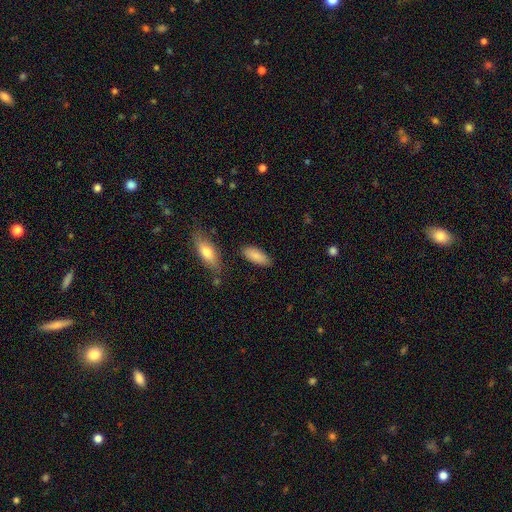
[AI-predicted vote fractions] smooth-or-featured: smooth: 85% | featured or disk: 8% | star or artifact: 6%
  how-rounded: in between: 83% | cigar-shaped: 15% | round: 2%
  merging: none: 82% | minor disturbance: 12% | merger: 3% | major disturbance: 3%